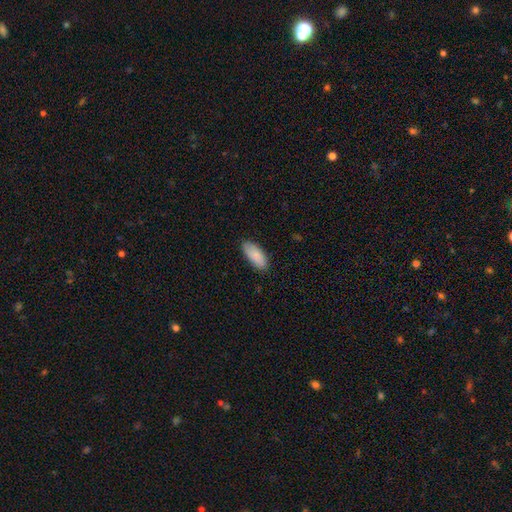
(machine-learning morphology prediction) Smooth or featured? smooth (87%)
How rounded? in between (86%)
Merging? none (83%)